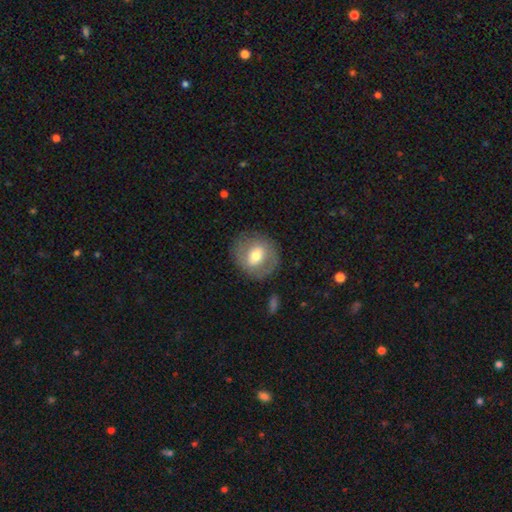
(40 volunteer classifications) smooth-or-featured: featured or disk: 68% | smooth: 32% | star or artifact: 0%
  disk-edge-on: no: 93% | yes: 7%
    bar: weak: 44% | no: 32% | strong: 24%
    has-spiral-arms: no: 52% | yes: 48%
    bulge-size: moderate: 72% | large: 16% | small: 12% | dominant: 0% | none: 0%
  merging: none: 75% | minor disturbance: 10% | major disturbance: 10% | merger: 5%